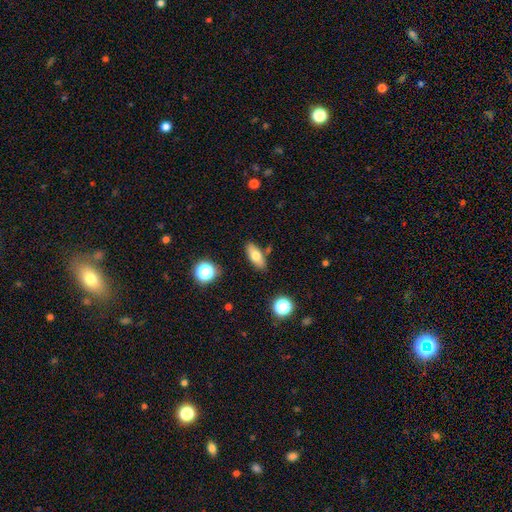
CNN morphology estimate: Smooth or featured?
  - smooth: 69% *
  - featured or disk: 22%
  - star or artifact: 9%
How rounded?
  - in between: 77% *
  - cigar-shaped: 18%
  - round: 5%
Merging?
  - none: 82% *
  - minor disturbance: 11%
  - merger: 4%
  - major disturbance: 3%